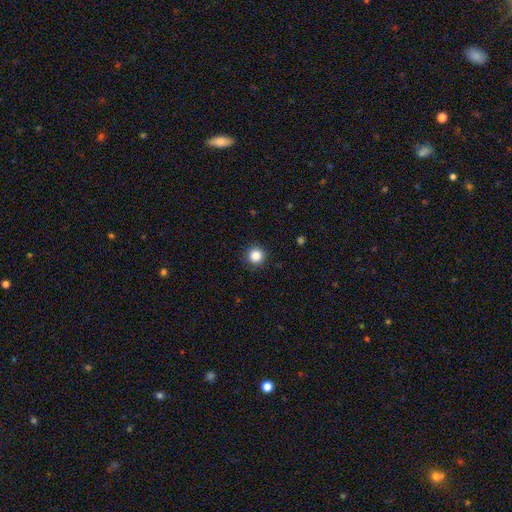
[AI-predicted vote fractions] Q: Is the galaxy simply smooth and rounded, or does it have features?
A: smooth — 86%.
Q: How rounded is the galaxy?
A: round — 95%.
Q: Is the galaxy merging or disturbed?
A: none — 91%.